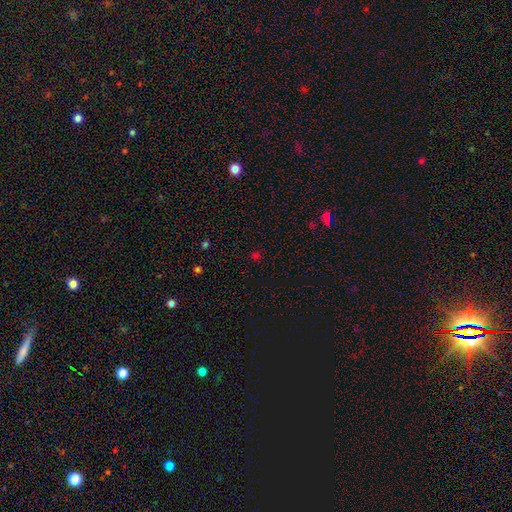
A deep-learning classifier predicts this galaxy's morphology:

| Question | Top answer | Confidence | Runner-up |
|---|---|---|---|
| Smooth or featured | star or artifact | 50% | smooth (44%) |